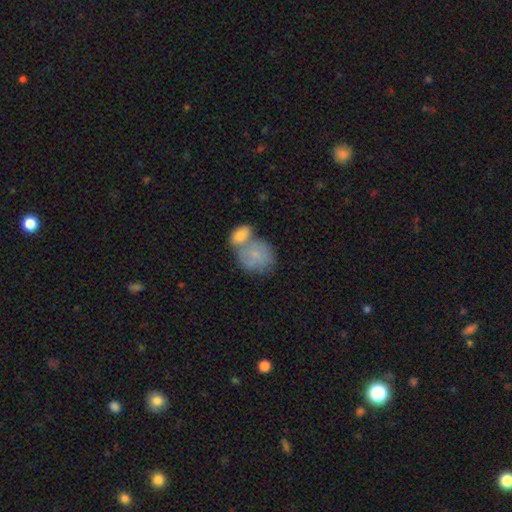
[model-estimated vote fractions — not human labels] Smooth or featured? smooth (69%)
How rounded? round (54%)
Merging? merger (56%)